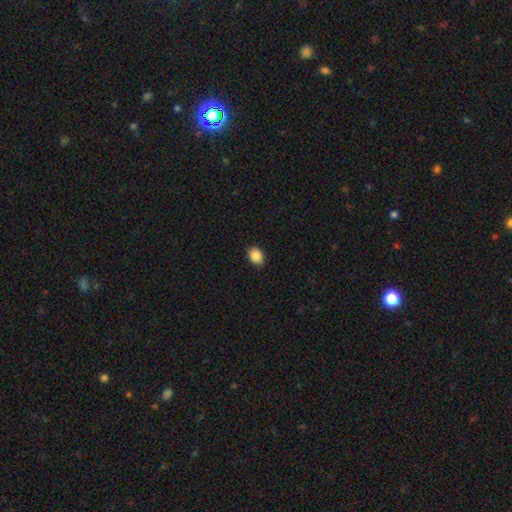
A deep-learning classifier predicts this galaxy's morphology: A smooth galaxy with no disk features (88%) that is in between round and cigar-shaped (66%).

Vote fractions:
- Smooth or featured? smooth: 88% / star or artifact: 8% / featured or disk: 4%
- How rounded? in between: 66% / round: 33% / cigar-shaped: 1%
- Merging? none: 91% / minor disturbance: 7% / major disturbance: 2% / merger: 1%